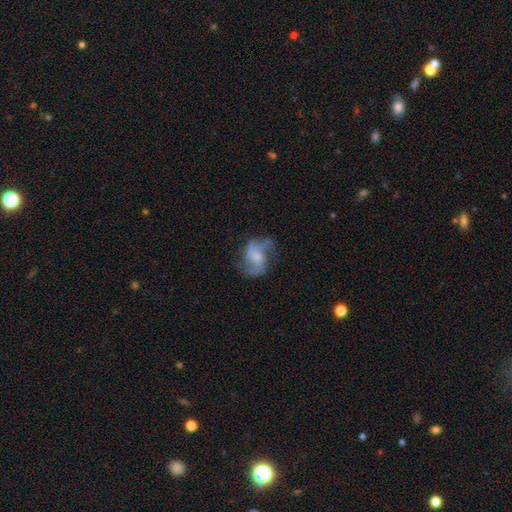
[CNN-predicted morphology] Smooth or featured: featured or disk — 76% (smooth — 17%)
Edge-on disk: no — 97% (yes — 3%)
Bar: weak — 44% (no — 43%)
Spiral arms: yes — 91% (no — 9%)
Spiral winding: loose — 57% (medium — 35%)
Spiral arm count: 2 — 81% (can't tell — 7%)
Bulge size: moderate — 37% (small — 36%)
Merging: none — 60% (minor disturbance — 21%)